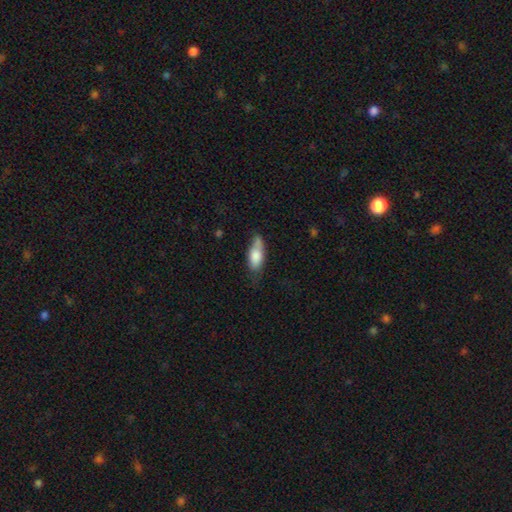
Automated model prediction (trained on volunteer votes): This is likely a smooth galaxy (77%). How rounded: likely in between (75%). Merging: possibly none (46%).